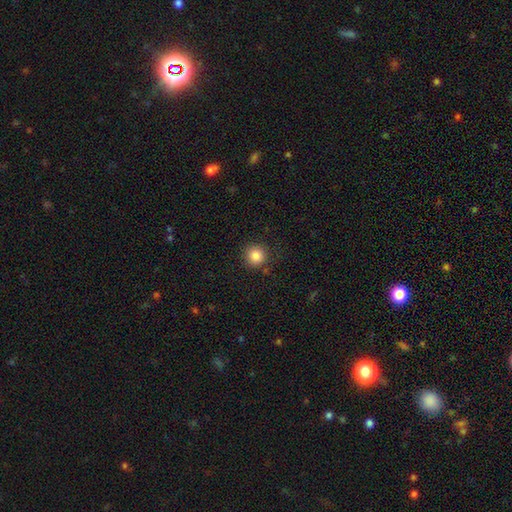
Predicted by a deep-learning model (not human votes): Smooth or featured?
  - smooth: 85% *
  - star or artifact: 10%
  - featured or disk: 5%
How rounded?
  - round: 94% *
  - in between: 5%
  - cigar-shaped: 1%
Merging?
  - none: 88% *
  - minor disturbance: 8%
  - major disturbance: 3%
  - merger: 1%